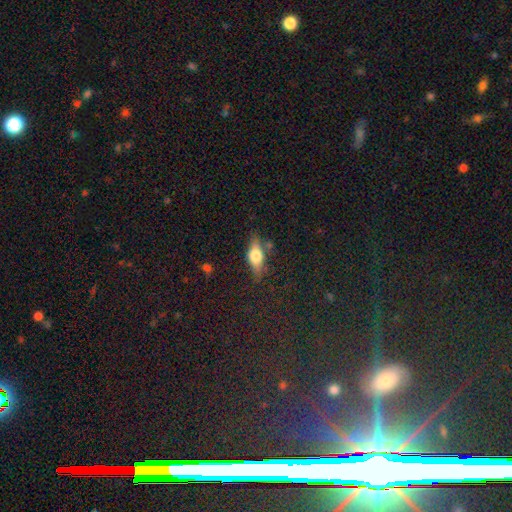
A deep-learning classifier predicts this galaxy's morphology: type=smooth (59%); roundness=in between (71%); merging=none (72%).